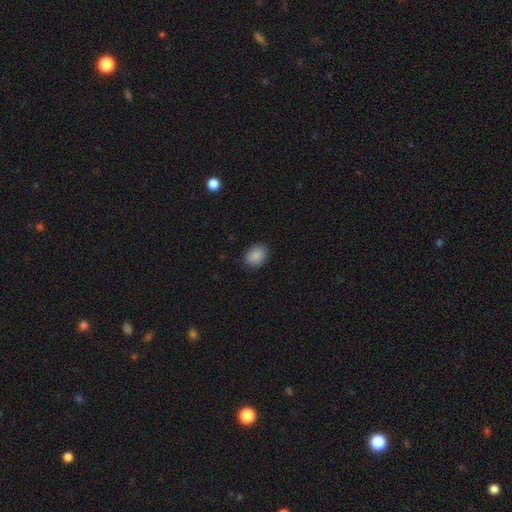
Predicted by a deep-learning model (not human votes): Morphology: type=smooth (88%); roundness=in between (55%); merging=none (86%).